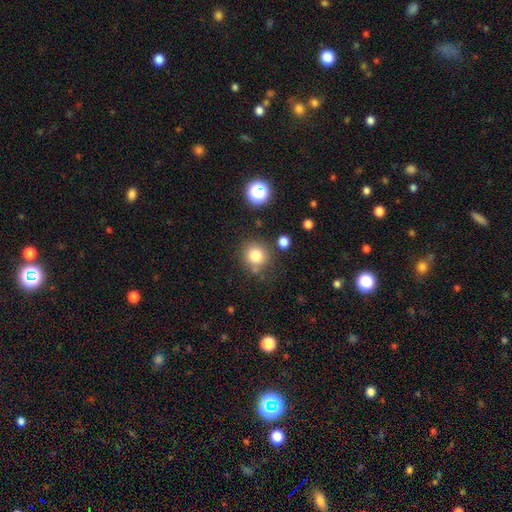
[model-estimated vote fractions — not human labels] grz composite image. It shows a smooth galaxy with no disk features (81%) that is round (89%). Merging: none (76%).